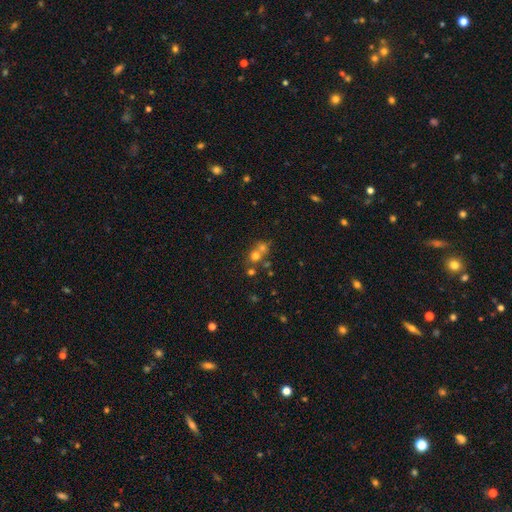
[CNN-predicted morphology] Smooth or featured: smooth — 62% (star or artifact — 21%)
How rounded: round — 83% (in between — 16%)
Merging: merger — 48% (none — 42%)